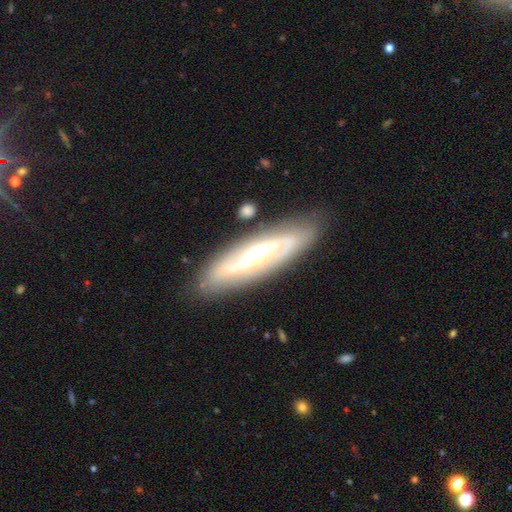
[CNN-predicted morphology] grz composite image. It shows a featured or disk galaxy (82%) with a strong bar (45%), 2 (83%) medium (41%) spiral arms (89%) and a moderate central bulge (56%). Merging: none (82%).